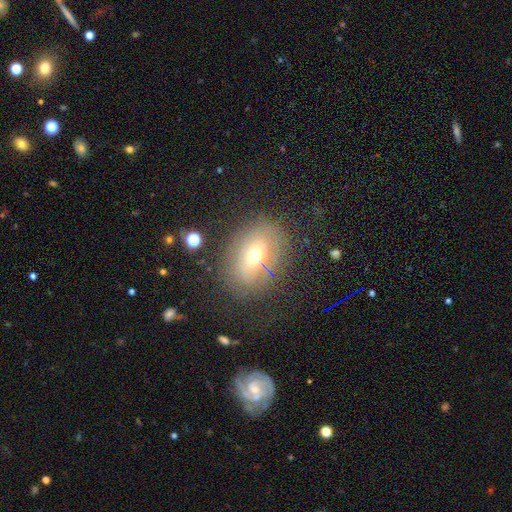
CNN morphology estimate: Smooth or featured: smooth — 49% (featured or disk — 37%)
Merging: none — 71% (minor disturbance — 17%)